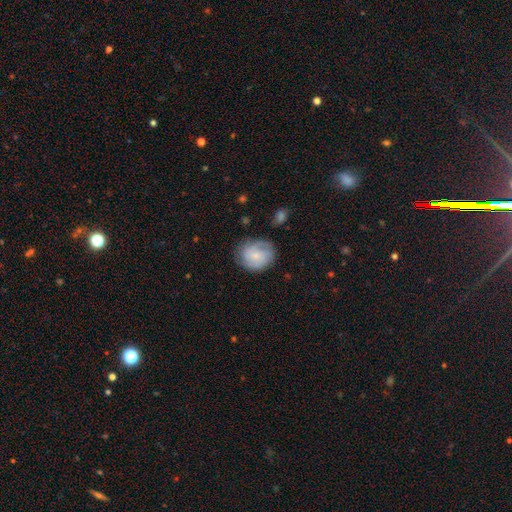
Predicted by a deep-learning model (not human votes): smooth 53%, featured or disk 39%, star or artifact 7%. Down the decision tree: how rounded — round (67%); merging — none (69%).